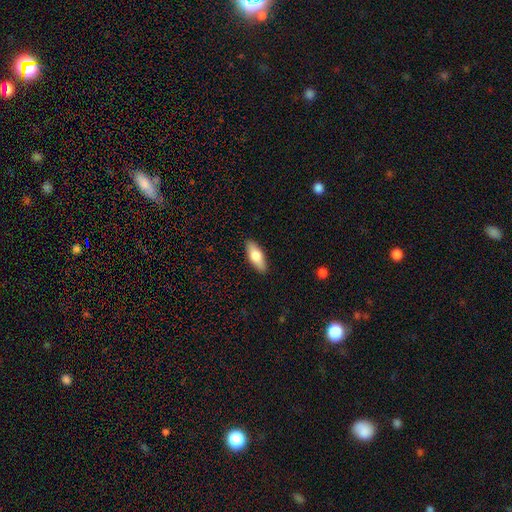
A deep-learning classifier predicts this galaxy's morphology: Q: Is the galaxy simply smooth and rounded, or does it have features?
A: smooth — 74%.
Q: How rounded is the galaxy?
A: in between — 69%.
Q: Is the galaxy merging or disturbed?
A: none — 89%.